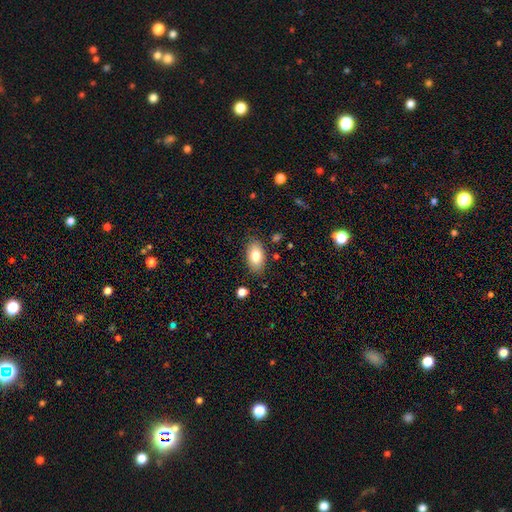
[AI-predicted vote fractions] The model was most divided on "smooth or featured": smooth: 79%, featured or disk: 14%, star or artifact: 7%. More confident: how rounded — in between (92%); merging — none (84%).